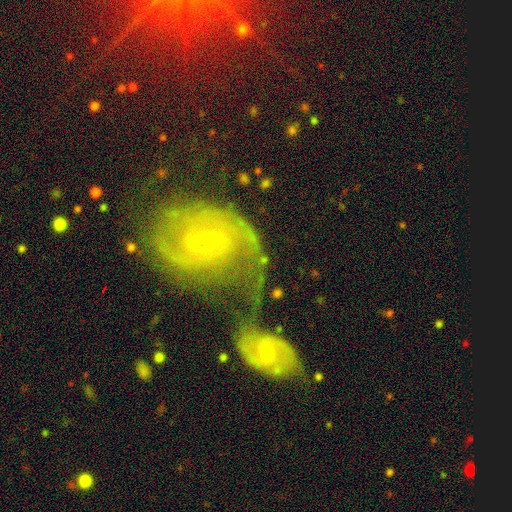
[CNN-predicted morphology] Smooth or featured? featured or disk (72%)
Edge-on disk? no (95%)
Bar? no (50%)
Spiral arms? yes (91%)
Spiral winding? tight (61%)
Spiral arm count? 2 (41%)
Bulge size? small (70%)
Merging? none (54%)